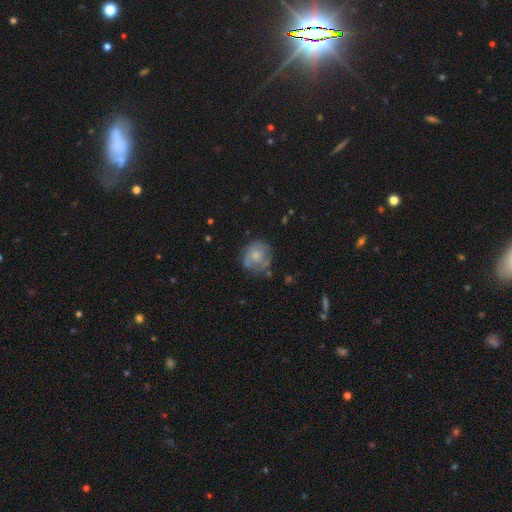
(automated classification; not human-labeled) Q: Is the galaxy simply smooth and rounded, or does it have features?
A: smooth — 49%.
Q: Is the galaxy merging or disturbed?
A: none — 61%.